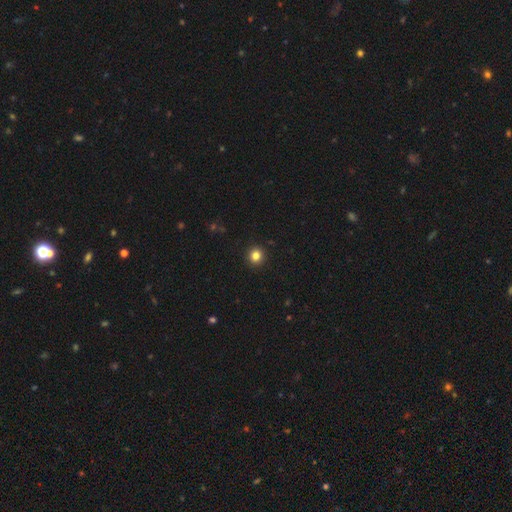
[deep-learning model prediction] Q: Smooth or featured?
A: smooth (83%); runner-up: star or artifact (12%)
Q: How rounded?
A: round (92%); runner-up: in between (7%)
Q: Merging?
A: none (93%); runner-up: minor disturbance (5%)